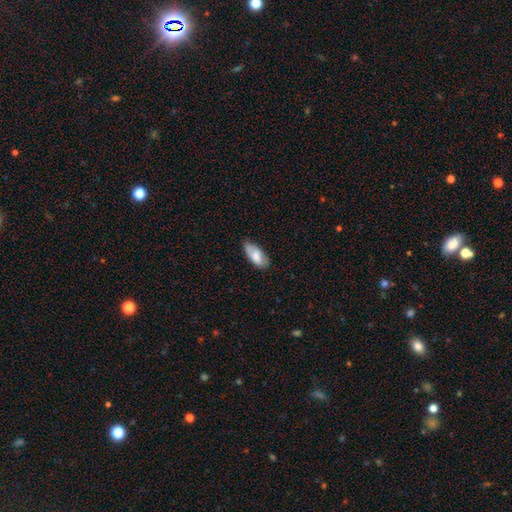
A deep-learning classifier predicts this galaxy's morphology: Smooth or featured: smooth — 78% (featured or disk — 16%)
How rounded: in between — 88% (cigar-shaped — 10%)
Merging: none — 68% (minor disturbance — 26%)